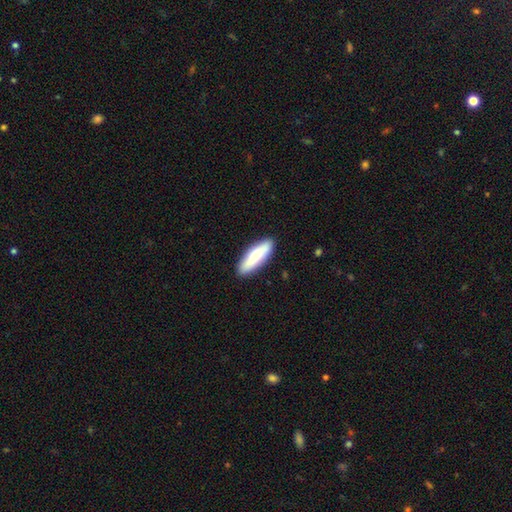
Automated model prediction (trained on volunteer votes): A smooth galaxy with no disk features (78%) that is cigar-shaped (54%).

Vote fractions:
- Smooth or featured? smooth: 78% / featured or disk: 17% / star or artifact: 5%
- How rounded? cigar-shaped: 54% / in between: 44% / round: 2%
- Merging? none: 88% / minor disturbance: 9% / major disturbance: 2% / merger: 1%